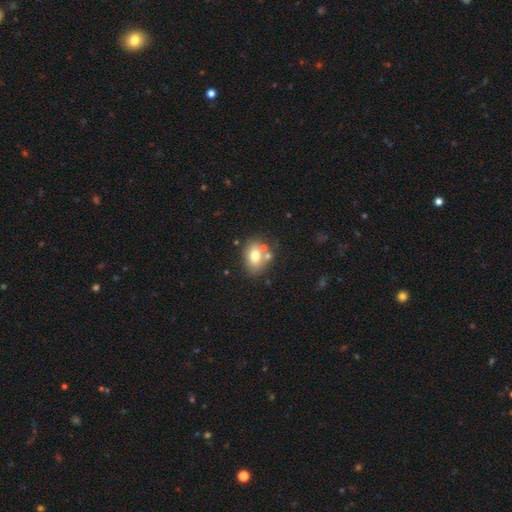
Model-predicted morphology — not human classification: Smooth or featured? Predicted: smooth (p=0.73). How rounded? Predicted: in between (p=0.72). Merging? Predicted: none (p=0.60).